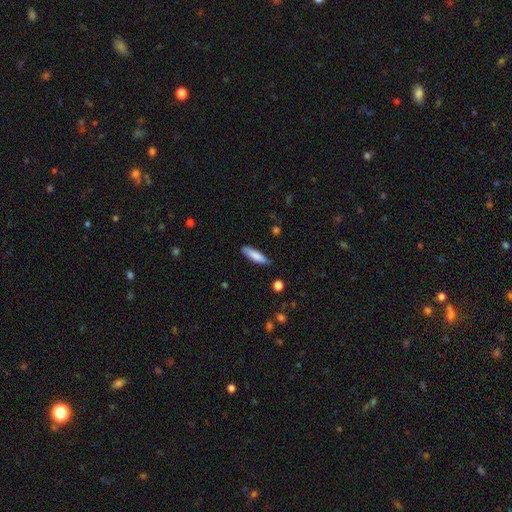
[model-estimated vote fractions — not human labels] Smooth or featured? smooth (84%)
How rounded? cigar-shaped (66%)
Merging? none (81%)